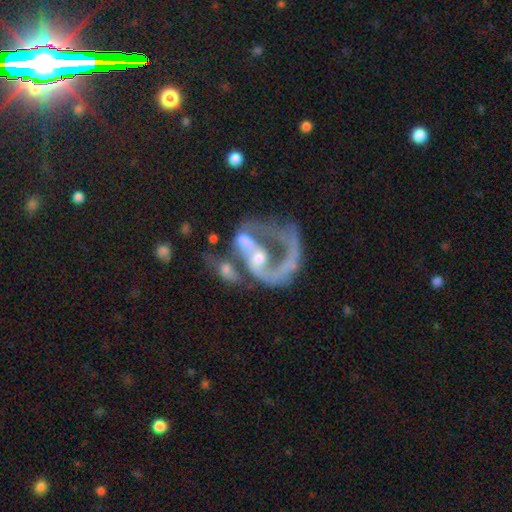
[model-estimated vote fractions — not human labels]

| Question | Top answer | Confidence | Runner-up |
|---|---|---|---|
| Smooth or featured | featured or disk | 74% | smooth (15%) |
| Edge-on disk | no | 97% | yes (3%) |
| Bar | no | 65% | weak (23%) |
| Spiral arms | yes | 54% | no (46%) |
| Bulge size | moderate | 40% | small (35%) |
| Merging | merger | 45% | major disturbance (26%) |